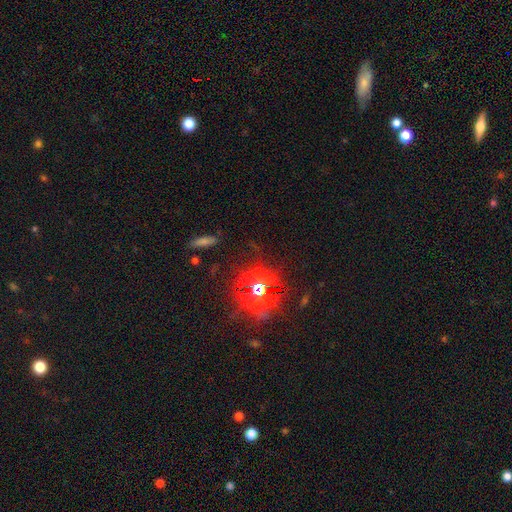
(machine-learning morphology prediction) Smooth or featured?
  - star or artifact: 78% *
  - smooth: 13%
  - featured or disk: 8%